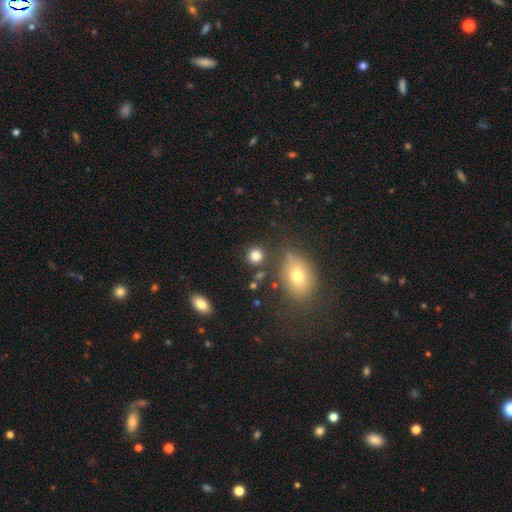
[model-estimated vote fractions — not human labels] smooth_or_featured: smooth (p=0.81) [alt: star or artifact p=0.13]
how_rounded: round (p=0.85) [alt: in between p=0.13]
merging: none (p=0.81) [alt: minor disturbance p=0.09]